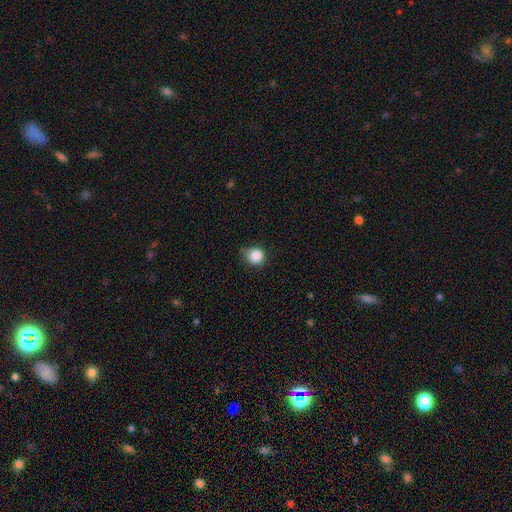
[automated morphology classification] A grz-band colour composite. It shows a smooth galaxy with no disk features (86%) that is round (90%). Merging: none (72%).